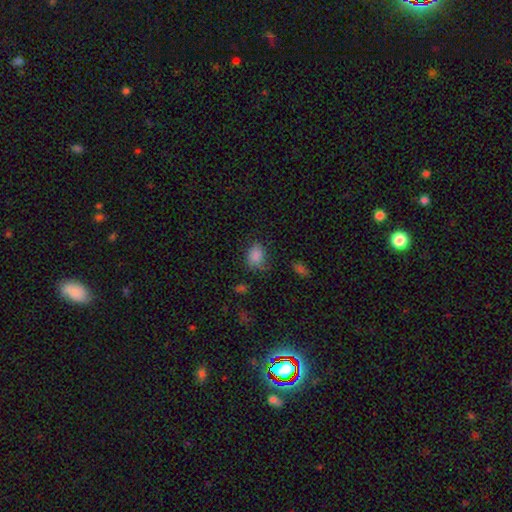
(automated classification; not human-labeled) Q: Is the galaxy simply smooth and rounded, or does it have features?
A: smooth — 81%.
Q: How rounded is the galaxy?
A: in between — 65%.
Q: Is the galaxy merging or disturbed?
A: none — 60%.